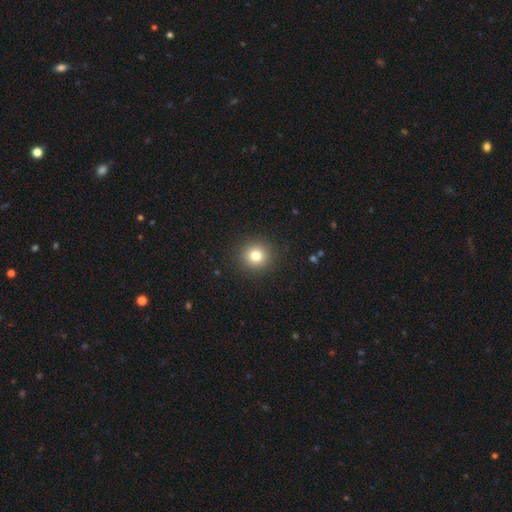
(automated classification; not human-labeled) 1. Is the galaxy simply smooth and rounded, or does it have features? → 80% smooth, 13% star or artifact, 7% featured or disk.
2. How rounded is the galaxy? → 94% round, 5% in between, 1% cigar-shaped.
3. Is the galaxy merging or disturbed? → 91% none, 5% minor disturbance, 2% major disturbance, 1% merger.